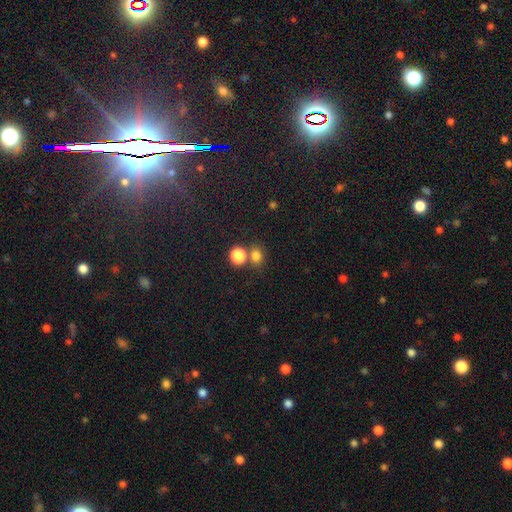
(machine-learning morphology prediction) This appears to be a smooth galaxy with no disk features (78%) that is round (71%). Merging: none (59%).